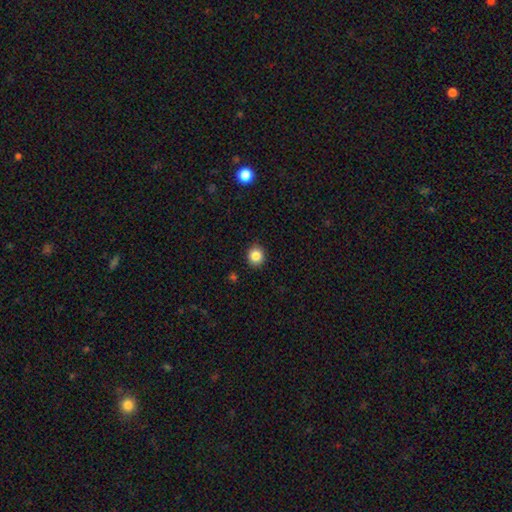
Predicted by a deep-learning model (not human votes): Overall: smooth (85%). How rounded: round (83%). Merging: none (89%).